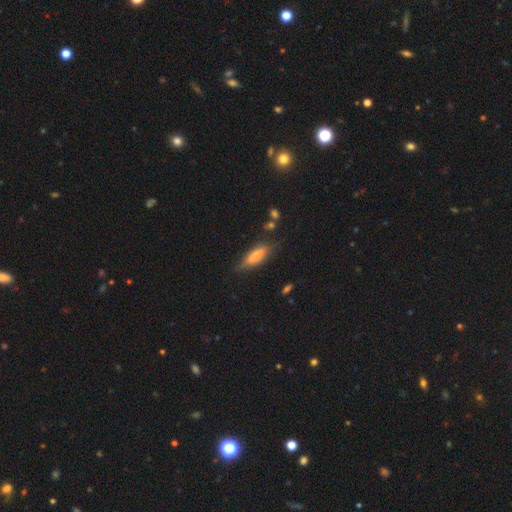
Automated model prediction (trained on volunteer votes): Morphology: type=smooth (63%); roundness=cigar-shaped (51%); merging=none (69%).